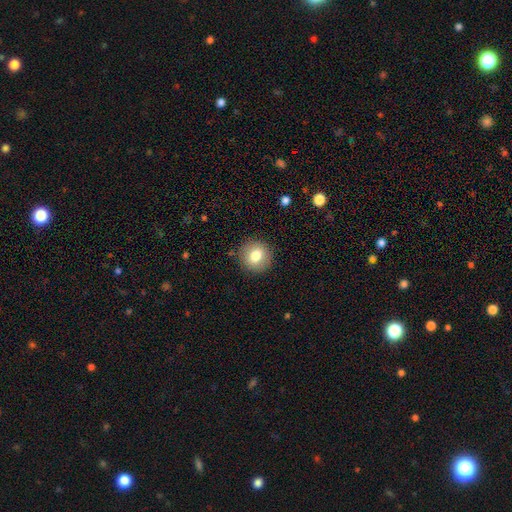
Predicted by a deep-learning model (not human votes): The model was most divided on "smooth or featured": smooth: 78%, featured or disk: 13%, star or artifact: 9%. More confident: how rounded — round (90%); merging — none (90%).